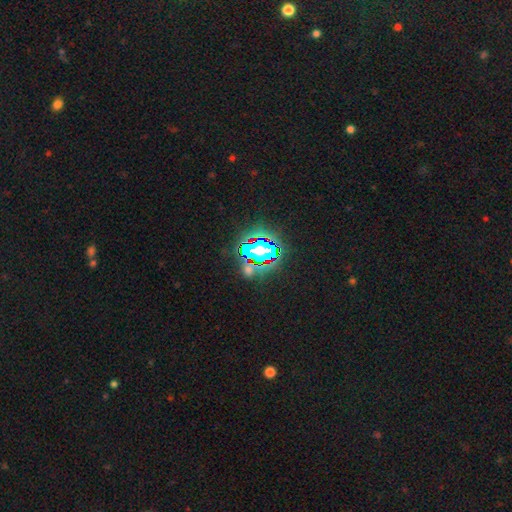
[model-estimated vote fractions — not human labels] A star or artifact, not a galaxy (77%).

Vote fractions:
- Smooth or featured? star or artifact: 77% / smooth: 13% / featured or disk: 9%